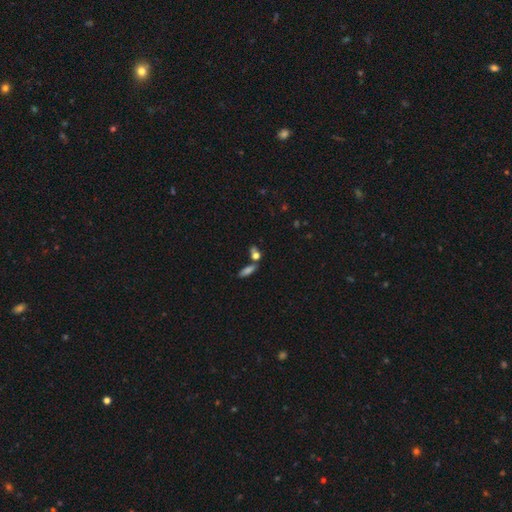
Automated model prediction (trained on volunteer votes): Overall: smooth (72%). How rounded: in between (55%; round 25%). Merging: none (50%; merger 33%).